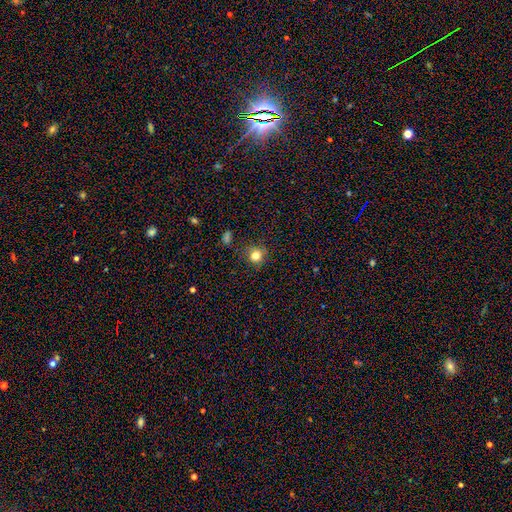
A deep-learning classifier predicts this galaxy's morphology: smooth 80%, star or artifact 14%, featured or disk 6%. Down the decision tree: how rounded — round (91%); merging — none (85%).